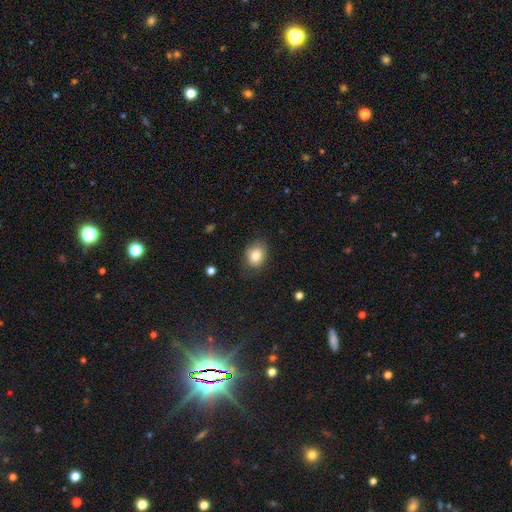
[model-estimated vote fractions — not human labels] Smooth or featured? smooth (83%)
How rounded? in between (60%)
Merging? none (76%)